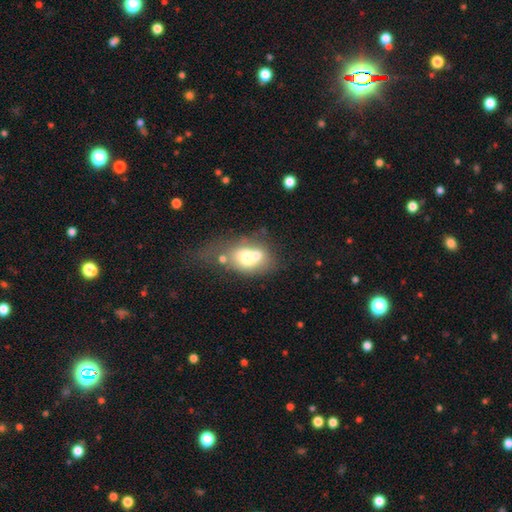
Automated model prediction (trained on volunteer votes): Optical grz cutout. It shows a smooth galaxy with no disk features (59%) that is in between round and cigar-shaped (66%). Merging: merger (52%).